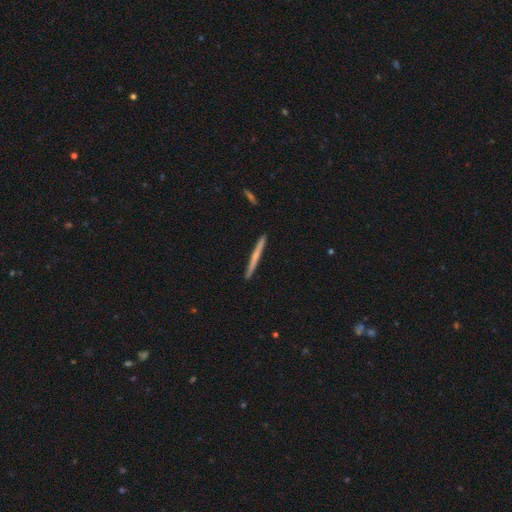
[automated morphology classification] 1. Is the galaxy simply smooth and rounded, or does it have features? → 49% smooth, 45% featured or disk, 5% star or artifact.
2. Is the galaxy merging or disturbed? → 92% none, 6% minor disturbance, 1% merger, 1% major disturbance.